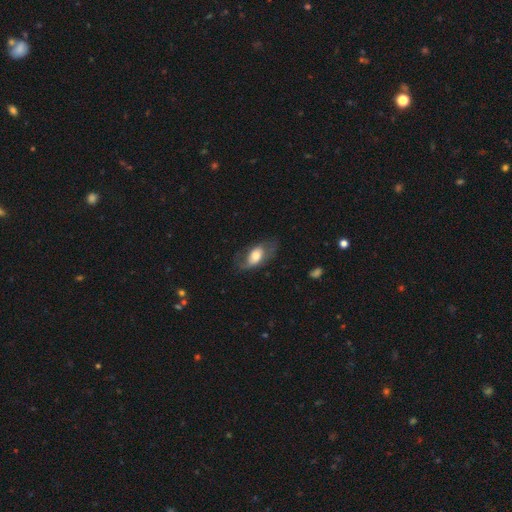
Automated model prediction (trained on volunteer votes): Smooth or featured? smooth (51%)
How rounded? in between (88%)
Merging? none (57%)